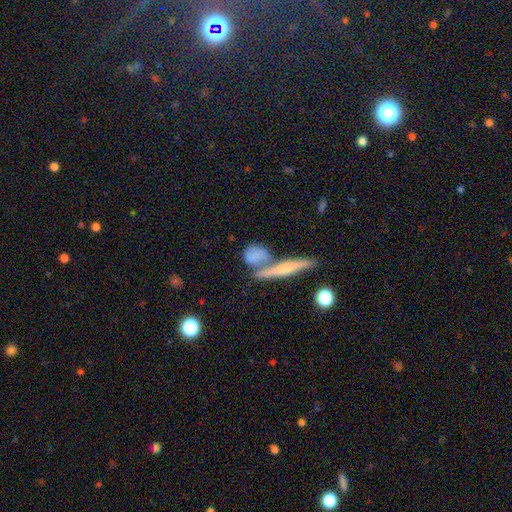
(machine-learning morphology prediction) Overall: smooth (65%; featured or disk 26%). How rounded: round (38%; in between 36%). Merging: none (43%; merger 37%).